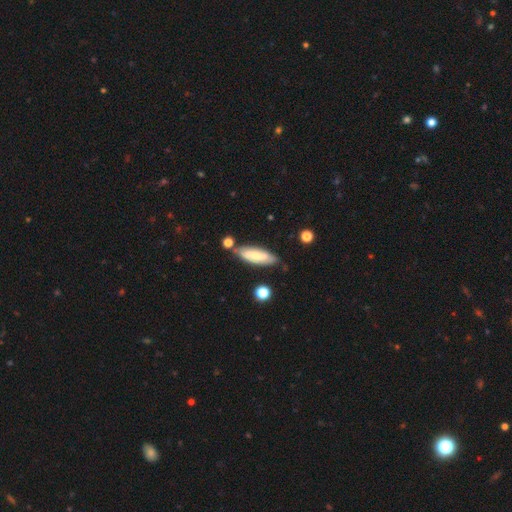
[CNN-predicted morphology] Smooth or featured?
  - smooth: 53% *
  - featured or disk: 40%
  - star or artifact: 7%
How rounded?
  - cigar-shaped: 52% *
  - in between: 46%
  - round: 2%
Merging?
  - none: 73% *
  - minor disturbance: 16%
  - merger: 7%
  - major disturbance: 4%